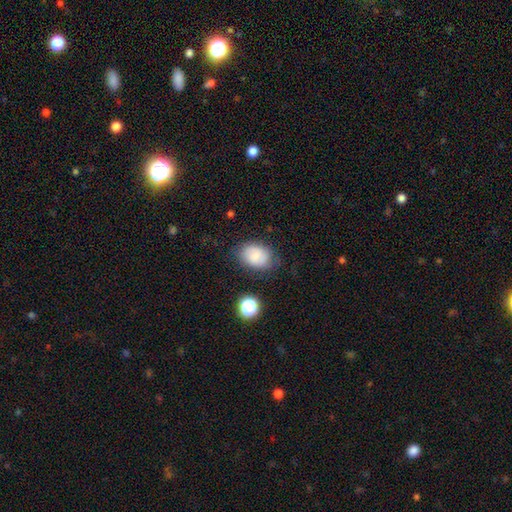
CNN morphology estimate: A smooth galaxy with no disk features (81%) that is in between round and cigar-shaped (73%). Merging: none (73%).